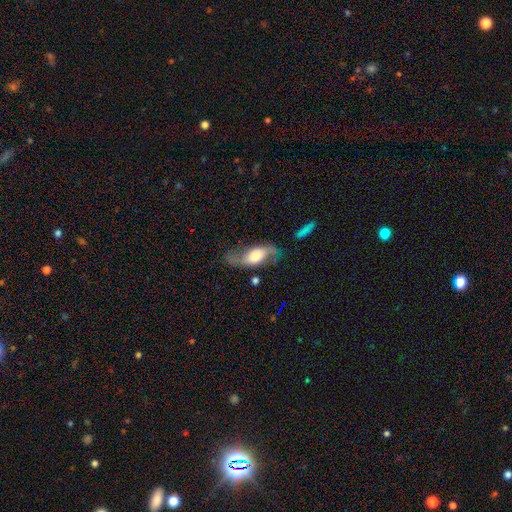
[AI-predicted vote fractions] smooth_or_featured: featured or disk (p=0.59) [alt: smooth p=0.34]
disk_edge_on: no (p=0.84) [alt: yes p=0.16]
merging: none (p=0.57) [alt: minor disturbance p=0.24]